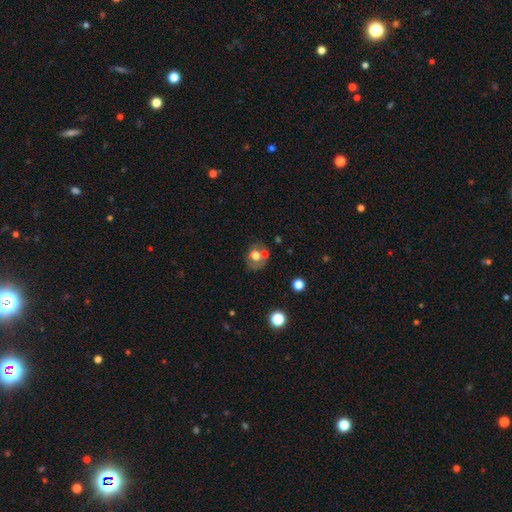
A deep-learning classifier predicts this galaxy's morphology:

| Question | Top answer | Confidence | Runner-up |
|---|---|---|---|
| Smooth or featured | smooth | 57% | featured or disk (32%) |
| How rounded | round | 64% | in between (35%) |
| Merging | none | 44% | merger (32%) |